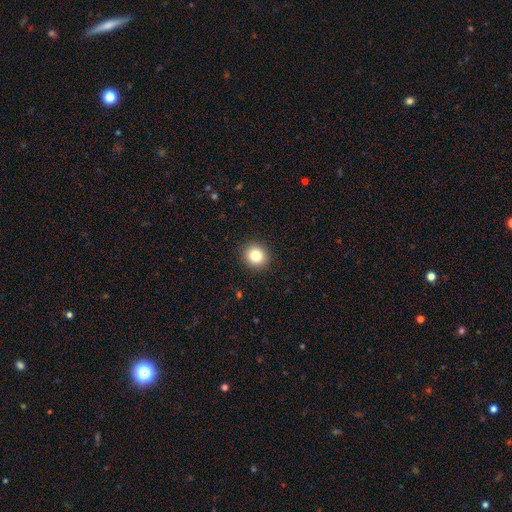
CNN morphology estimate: A smooth galaxy with no disk features (84%) that is round (88%).

Vote fractions:
- Smooth or featured? smooth: 84% / star or artifact: 10% / featured or disk: 6%
- How rounded? round: 88% / in between: 11% / cigar-shaped: 1%
- Merging? none: 92% / minor disturbance: 6% / major disturbance: 2% / merger: 1%